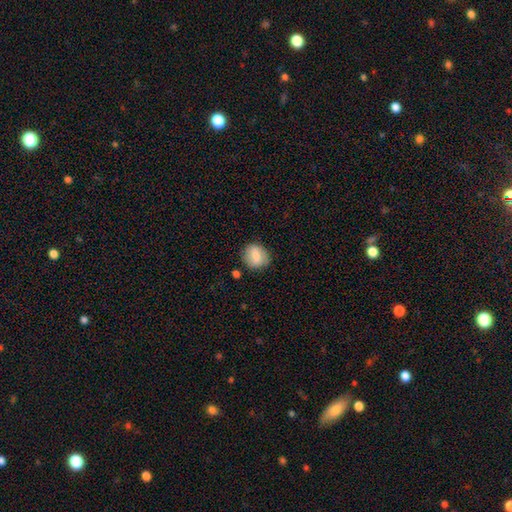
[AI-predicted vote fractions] The model was most divided on "how rounded": round: 67%, in between: 31%, cigar-shaped: 2%. More confident: merging — none (80%); smooth or featured — smooth (73%).